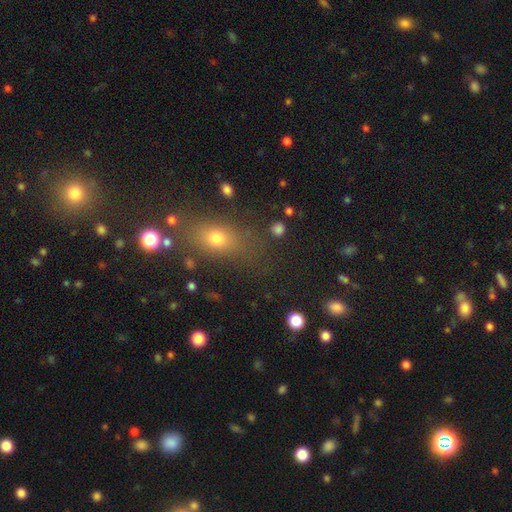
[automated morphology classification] type=smooth (57%); roundness=in between (58%); merging=none (79%).